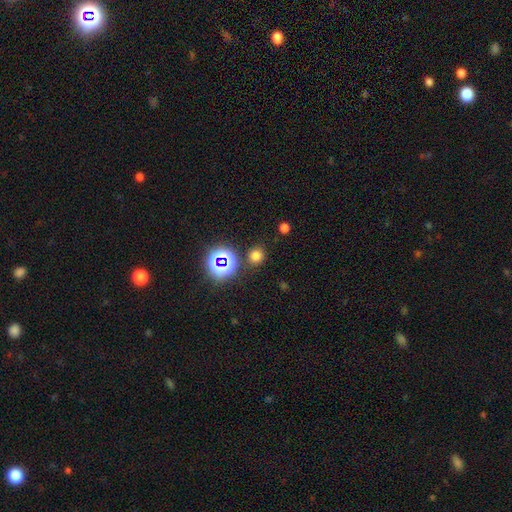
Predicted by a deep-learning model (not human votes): smooth-or-featured: smooth: 69% | star or artifact: 25% | featured or disk: 5%
  how-rounded: round: 88% | in between: 11% | cigar-shaped: 1%
  merging: none: 84% | minor disturbance: 8% | merger: 5% | major disturbance: 3%